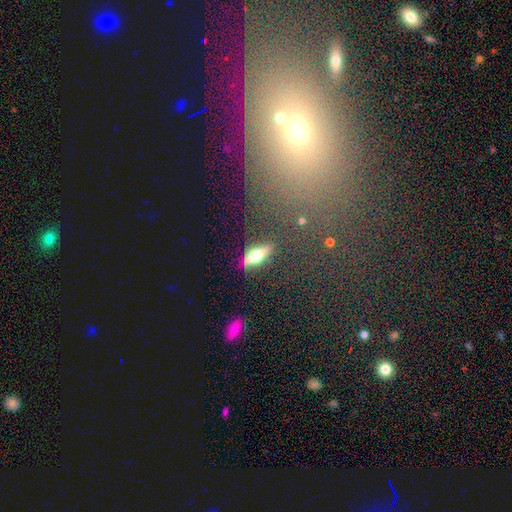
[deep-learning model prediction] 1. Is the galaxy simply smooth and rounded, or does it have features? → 59% featured or disk, 32% smooth, 9% star or artifact.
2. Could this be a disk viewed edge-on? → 89% yes, 11% no.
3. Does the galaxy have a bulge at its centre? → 94% rounded, 4% boxy, 2% none.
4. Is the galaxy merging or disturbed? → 79% none, 13% minor disturbance, 5% major disturbance, 3% merger.